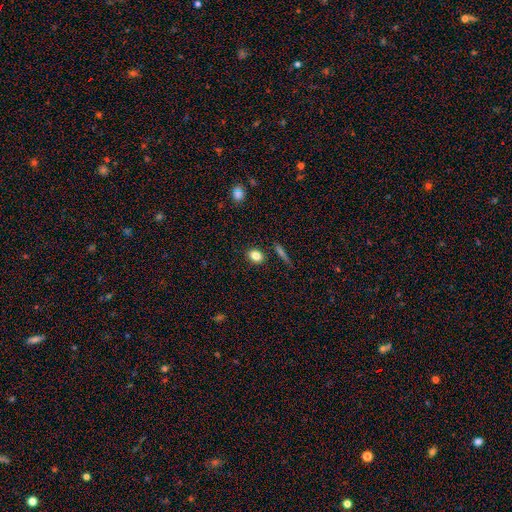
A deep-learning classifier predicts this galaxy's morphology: The model was most divided on "how rounded": in between: 55%, round: 43%, cigar-shaped: 2%. More confident: merging — none (87%); smooth or featured — smooth (82%).